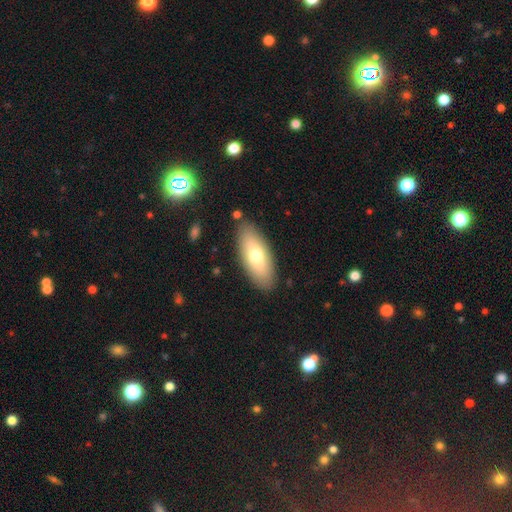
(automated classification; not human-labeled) Smooth or featured? Predicted: smooth (p=0.69). How rounded? Predicted: in between (p=0.79). Merging? Predicted: none (p=0.85).